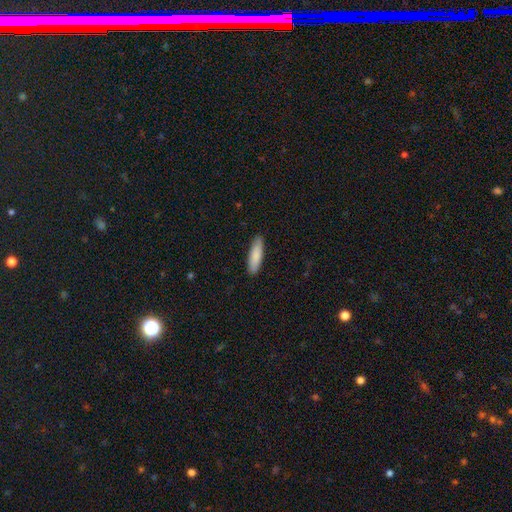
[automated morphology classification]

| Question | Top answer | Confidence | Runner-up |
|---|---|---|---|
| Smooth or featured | smooth | 87% | featured or disk (8%) |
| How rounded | cigar-shaped | 61% | in between (38%) |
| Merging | none | 89% | minor disturbance (9%) |